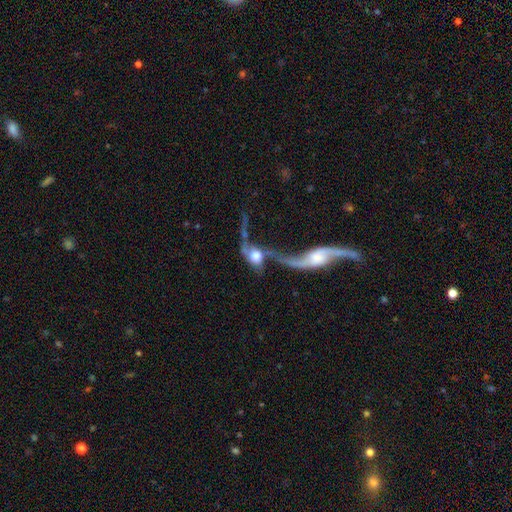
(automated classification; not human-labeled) This appears to be a featured or disk galaxy (52%). Merging: merger (70%).